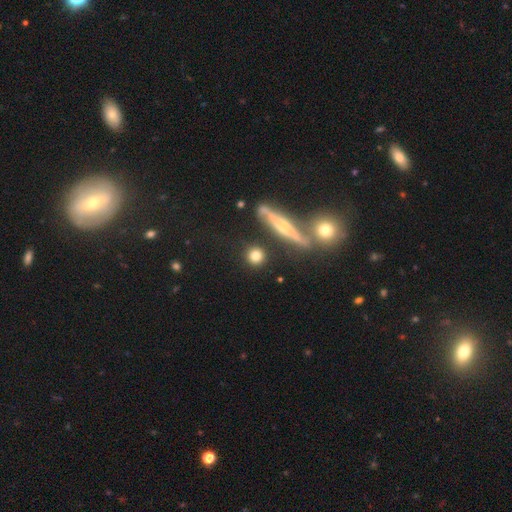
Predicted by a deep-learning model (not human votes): This appears to be a smooth galaxy with no disk features (79%) that is round (89%). Merging: none (85%).